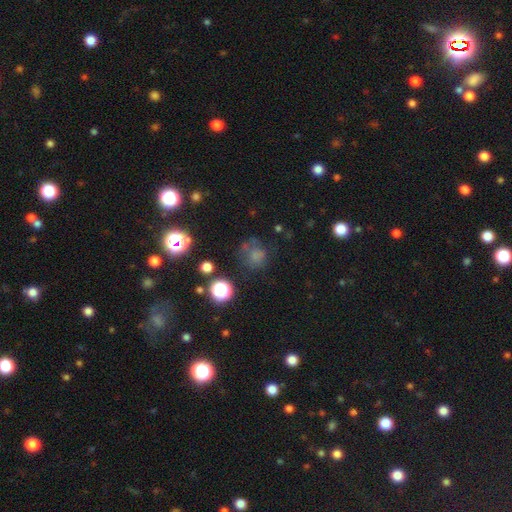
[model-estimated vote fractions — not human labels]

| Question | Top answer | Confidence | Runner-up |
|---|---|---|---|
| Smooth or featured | smooth | 61% | star or artifact (25%) |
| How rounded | round | 83% | in between (16%) |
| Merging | none | 59% | minor disturbance (20%) |